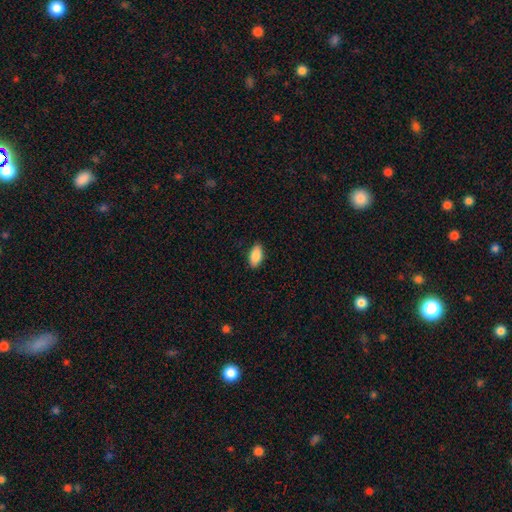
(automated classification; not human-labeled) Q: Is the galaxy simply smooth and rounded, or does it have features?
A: smooth — 89%.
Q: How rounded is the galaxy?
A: in between — 93%.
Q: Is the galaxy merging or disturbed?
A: none — 88%.